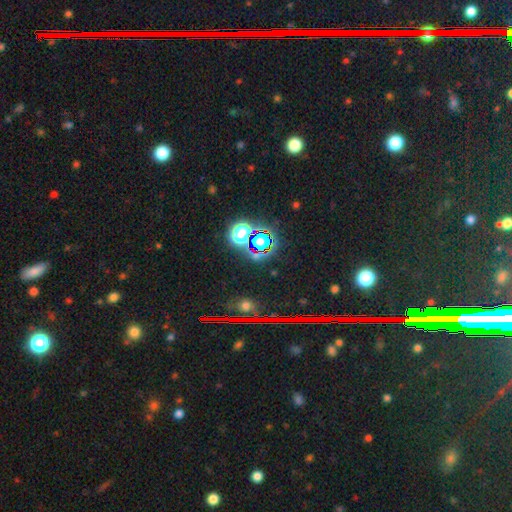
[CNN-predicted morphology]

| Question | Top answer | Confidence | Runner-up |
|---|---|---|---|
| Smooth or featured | star or artifact | 72% | smooth (18%) |